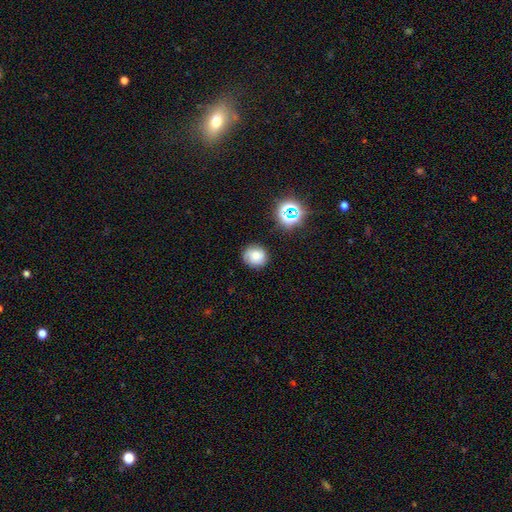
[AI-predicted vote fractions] This appears to be a smooth galaxy with no disk features (69%) that is round (84%). Merging: none (82%).